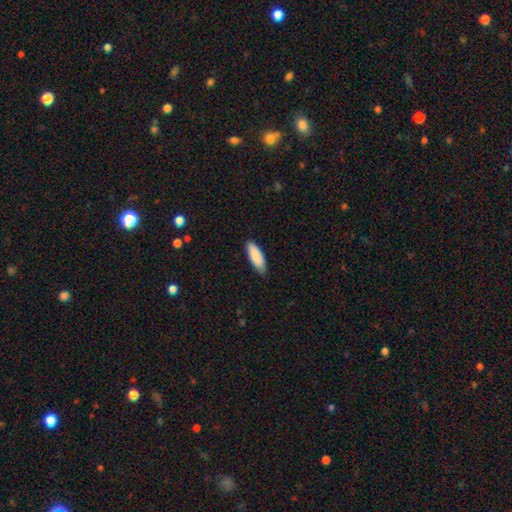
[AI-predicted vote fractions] smooth 88%, featured or disk 7%, star or artifact 5%. Down the decision tree: how rounded — in between (64%); merging — none (83%).